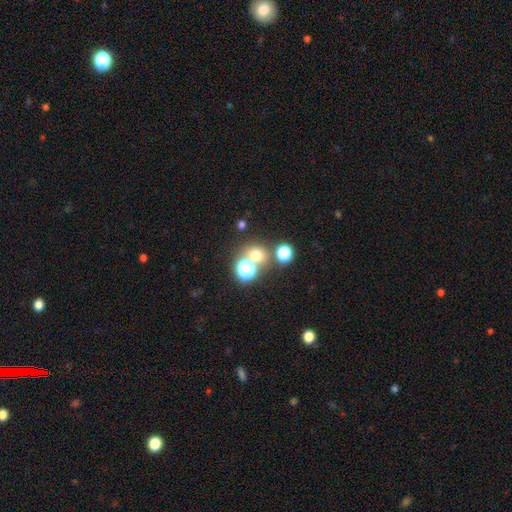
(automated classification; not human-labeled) Overall: smooth (61%; star or artifact 30%). How rounded: round (79%). Merging: none (64%).